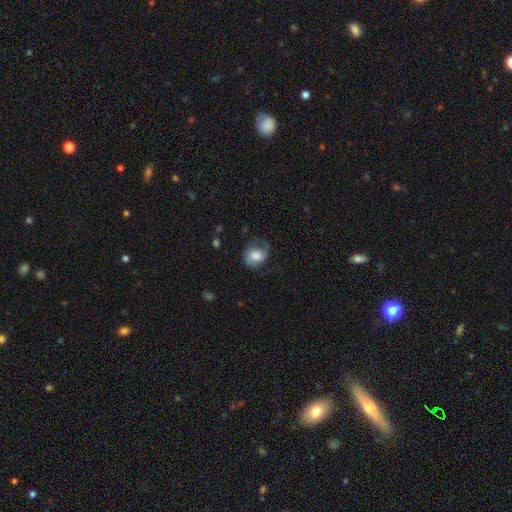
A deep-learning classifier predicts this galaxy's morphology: This is possibly a smooth galaxy (55%). How rounded: possibly round (50%). Merging: possibly none (48%).